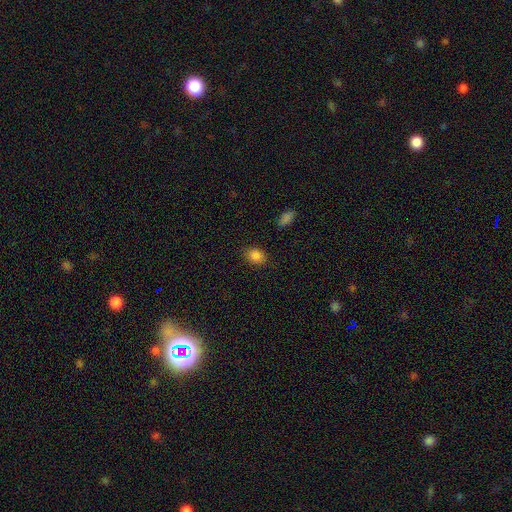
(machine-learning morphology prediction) Overall: smooth (86%). How rounded: in between (61%; round 38%). Merging: none (84%).